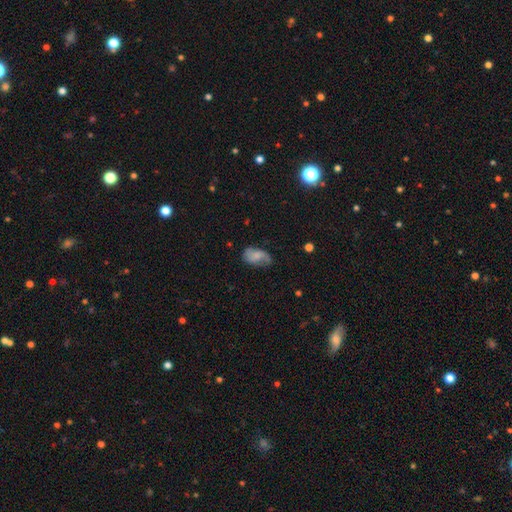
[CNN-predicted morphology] Smooth or featured: smooth — 56% (featured or disk — 36%)
How rounded: in between — 90% (round — 8%)
Merging: none — 53% (minor disturbance — 31%)